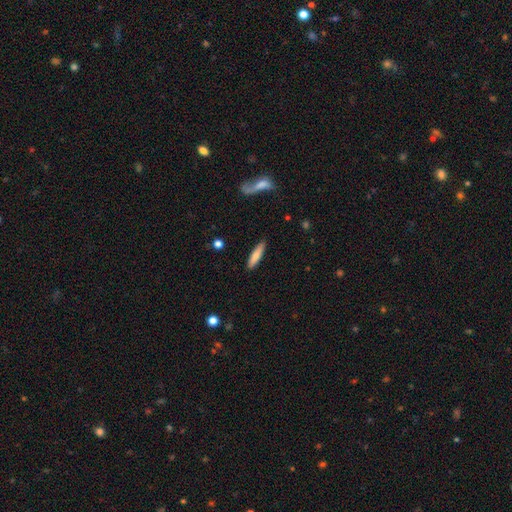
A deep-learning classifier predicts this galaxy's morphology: type=smooth (77%); roundness=cigar-shaped (77%); merging=none (88%).